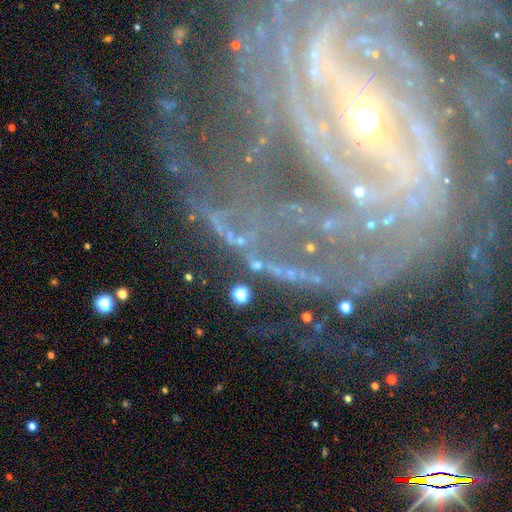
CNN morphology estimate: featured or disk 88%, star or artifact 8%, smooth 4%. Down the decision tree: edge-on disk — no (96%); bar — strong (53%); spiral arms — yes (96%); spiral arm count — 2 (26%); spiral winding — tight (56%); bulge size — small (69%); merging — none (64%).